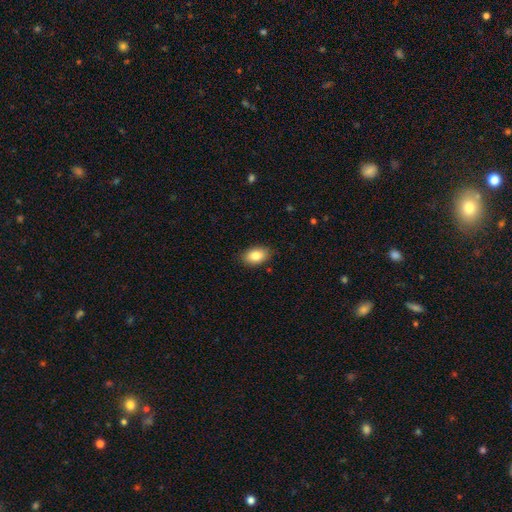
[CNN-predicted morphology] Smooth or featured: smooth — 84% (featured or disk — 9%)
How rounded: in between — 90% (round — 9%)
Merging: none — 86% (minor disturbance — 11%)